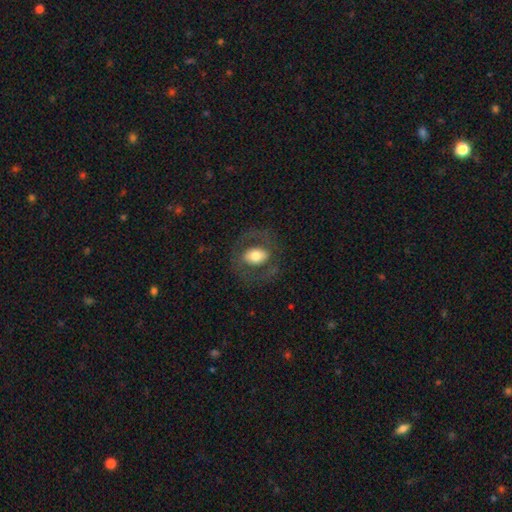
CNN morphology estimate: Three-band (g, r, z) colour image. It shows a smooth galaxy with no disk features (53%) that is in between round and cigar-shaped (65%). Merging: none (73%).